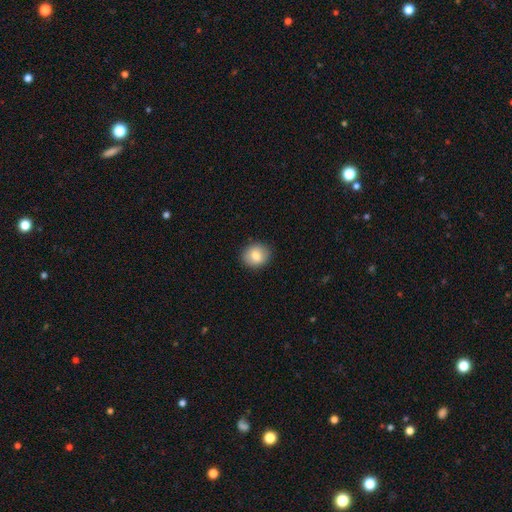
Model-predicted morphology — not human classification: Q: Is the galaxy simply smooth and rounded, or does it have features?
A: smooth — 80%.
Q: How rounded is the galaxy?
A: round — 72%.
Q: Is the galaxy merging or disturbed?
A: none — 89%.